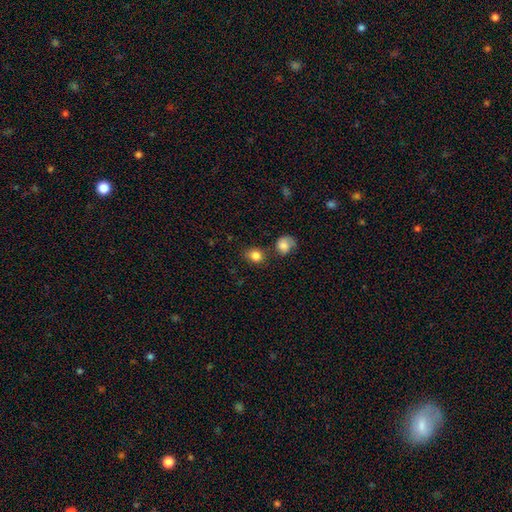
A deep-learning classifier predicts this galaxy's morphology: Smooth or featured? Predicted: smooth (p=0.84). How rounded? Predicted: round (p=0.63). Merging? Predicted: none (p=0.68).